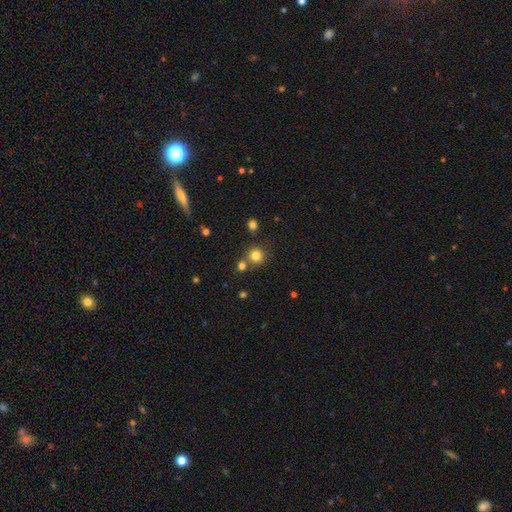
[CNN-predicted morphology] Q: Smooth or featured?
A: smooth (80%); runner-up: star or artifact (14%)
Q: How rounded?
A: round (91%); runner-up: in between (8%)
Q: Merging?
A: none (71%); runner-up: merger (17%)